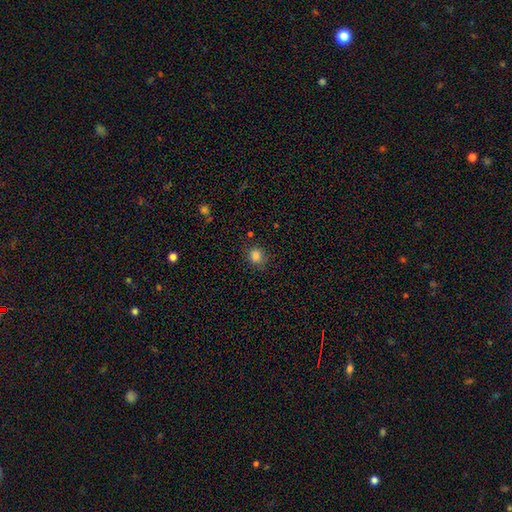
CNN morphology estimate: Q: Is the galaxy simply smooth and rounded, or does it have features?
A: smooth — 84%.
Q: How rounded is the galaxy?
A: round — 79%.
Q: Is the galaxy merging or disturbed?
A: none — 82%.